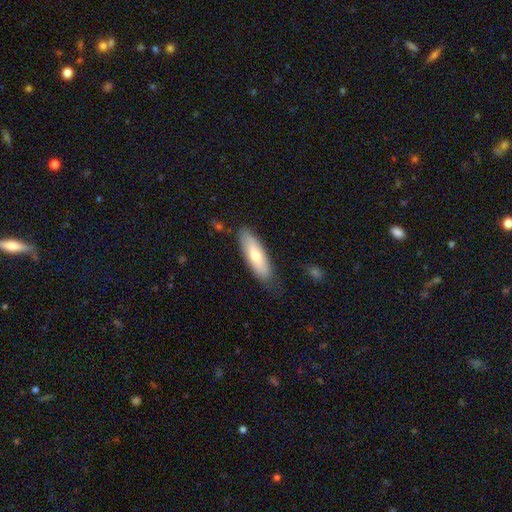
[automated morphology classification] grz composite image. It shows a smooth galaxy with no disk features (65%) that is in between round and cigar-shaped (52%). Merging: none (80%).